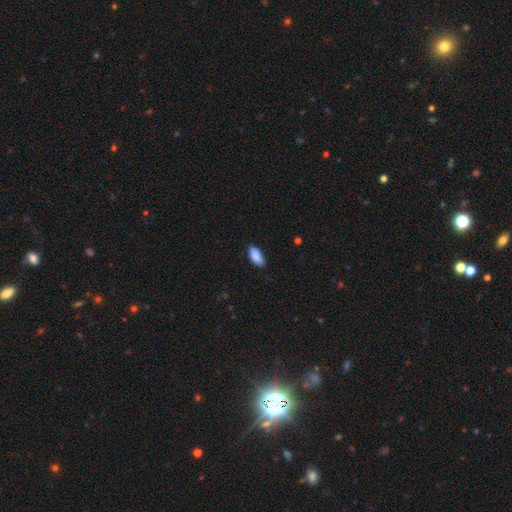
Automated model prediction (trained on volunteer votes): This is clearly a smooth galaxy (89%). How rounded: clearly in between (89%). Merging: clearly none (83%).